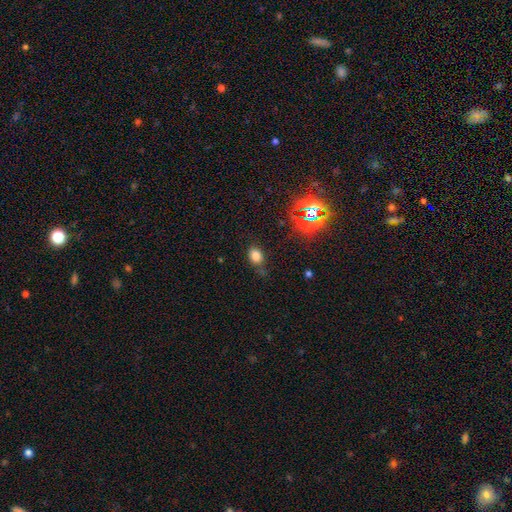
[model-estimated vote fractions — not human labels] The model was most divided on "how rounded": in between: 67%, round: 31%, cigar-shaped: 2%. More confident: smooth or featured — smooth (74%); merging — none (67%).